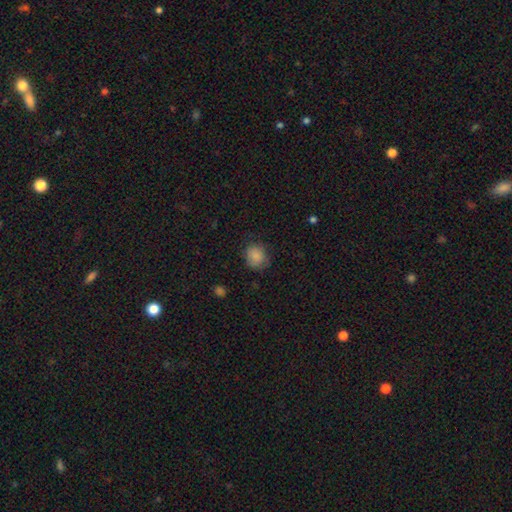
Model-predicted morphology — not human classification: Q: Smooth or featured?
A: smooth (86%); runner-up: star or artifact (9%)
Q: How rounded?
A: round (78%); runner-up: in between (21%)
Q: Merging?
A: none (74%); runner-up: minor disturbance (20%)